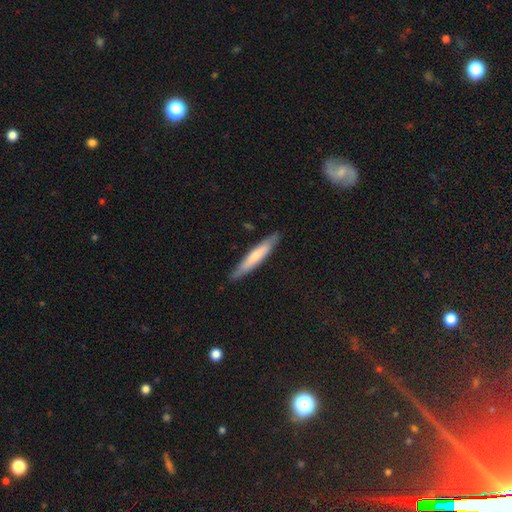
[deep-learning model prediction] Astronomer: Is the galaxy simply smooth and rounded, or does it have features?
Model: smooth — 61%.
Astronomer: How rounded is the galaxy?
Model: cigar-shaped — 92%.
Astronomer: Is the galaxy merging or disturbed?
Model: none — 87%.